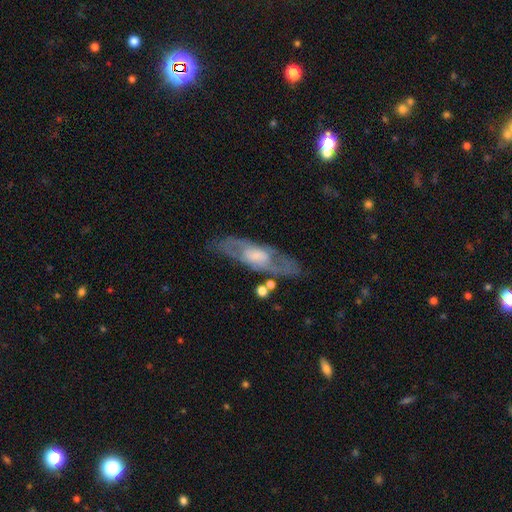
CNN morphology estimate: type=featured or disk (71%); edge-on=no (67%); merging=none (75%).